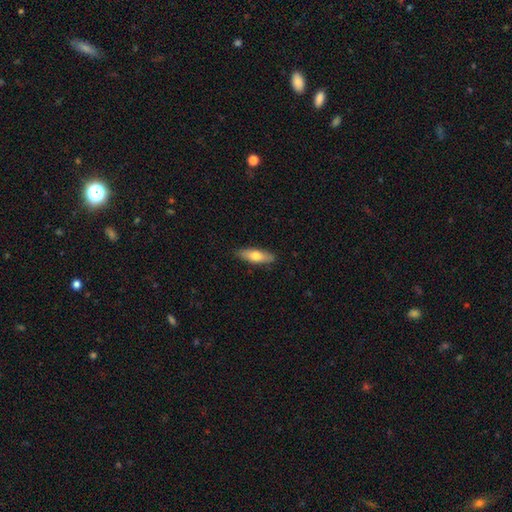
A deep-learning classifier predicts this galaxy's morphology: The model was most divided on "how rounded": in between: 52%, cigar-shaped: 46%, round: 2%. More confident: merging — none (87%); smooth or featured — smooth (69%).